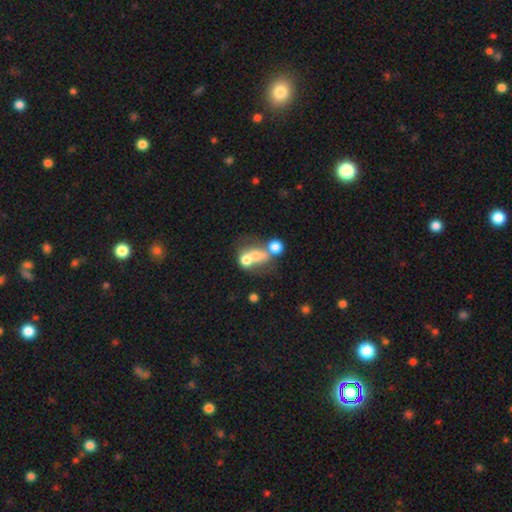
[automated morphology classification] This appears to be a smooth galaxy with no disk features (58%) that is round (49%, tied with in between). Merging: merger (60%).